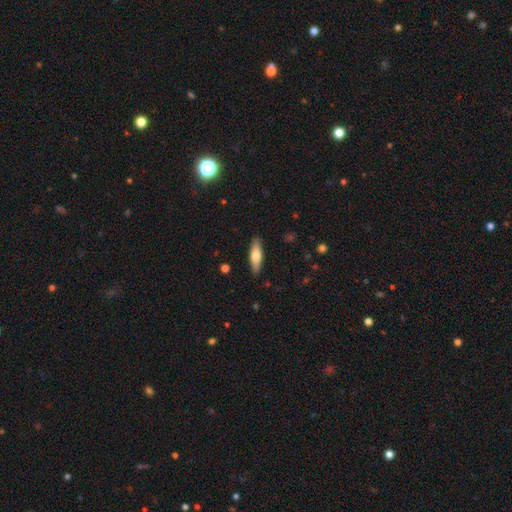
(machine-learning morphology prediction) A smooth galaxy with no disk features (62%) that is cigar-shaped (56%).

Vote fractions:
- Smooth or featured? smooth: 62% / featured or disk: 33% / star or artifact: 5%
- How rounded? cigar-shaped: 56% / in between: 42% / round: 2%
- Merging? none: 88% / minor disturbance: 9% / major disturbance: 2% / merger: 1%